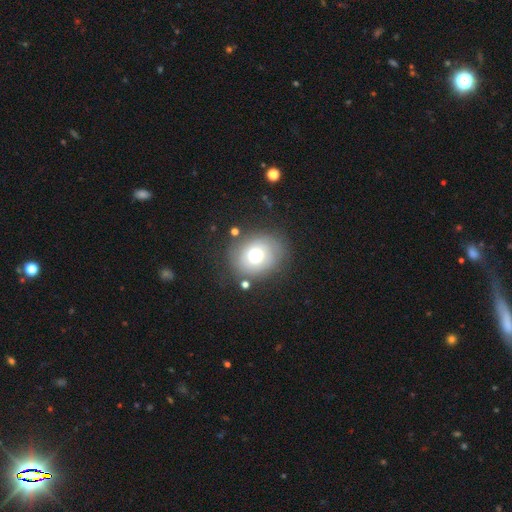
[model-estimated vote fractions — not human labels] This appears to be a smooth galaxy with no disk features (62%) that is round (66%). Merging: none (75%).